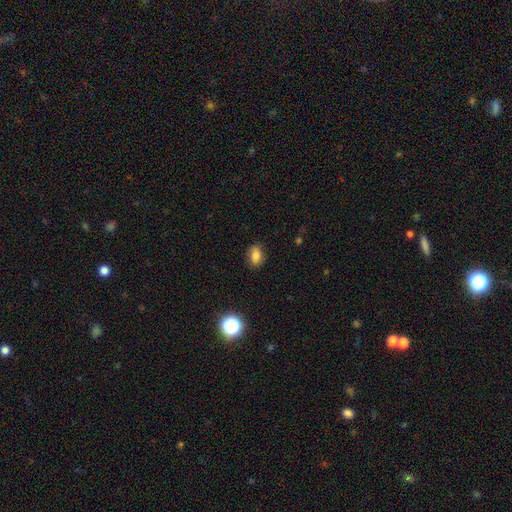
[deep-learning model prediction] The model was most divided on "how rounded": in between: 80%, round: 18%, cigar-shaped: 2%. More confident: merging — none (80%); smooth or featured — smooth (78%).